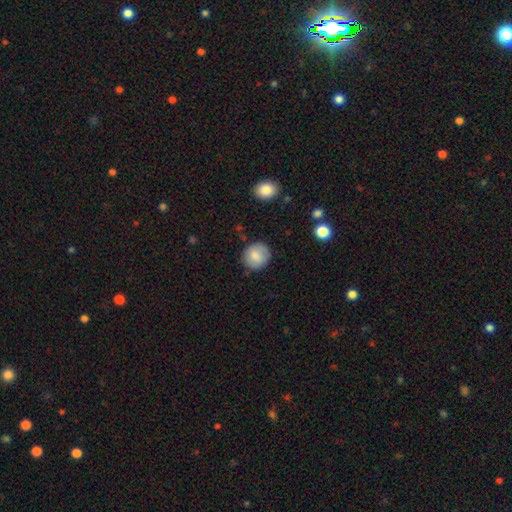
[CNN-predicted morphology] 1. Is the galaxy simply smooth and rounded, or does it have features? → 82% smooth, 11% featured or disk, 8% star or artifact.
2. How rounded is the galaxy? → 84% round, 15% in between, 1% cigar-shaped.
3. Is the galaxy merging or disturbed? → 84% none, 12% minor disturbance, 3% major disturbance, 1% merger.